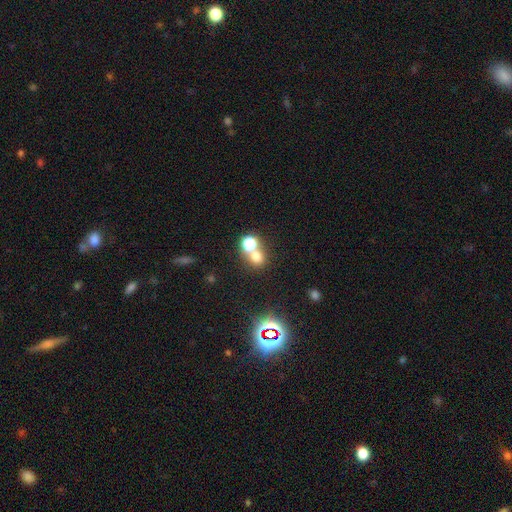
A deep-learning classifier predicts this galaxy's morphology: Overall: smooth (66%). How rounded: round (76%). Merging: merger (48%; none 42%).